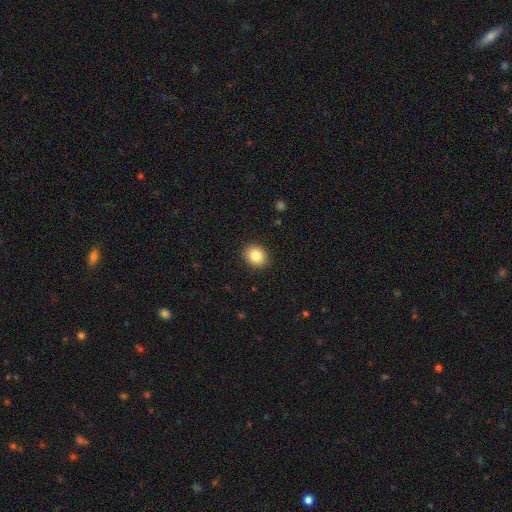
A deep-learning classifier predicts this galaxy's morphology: Smooth or featured? smooth (85%)
How rounded? round (61%)
Merging? none (90%)